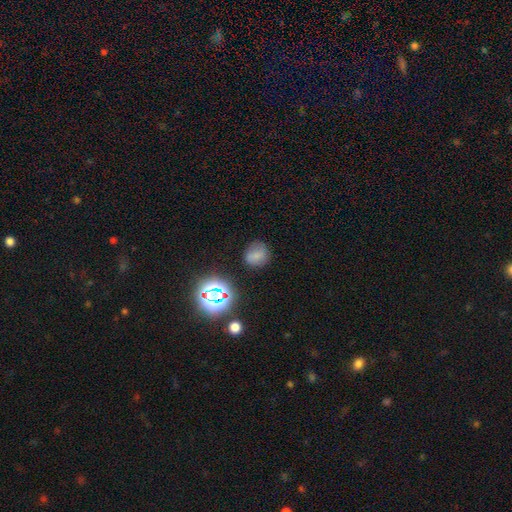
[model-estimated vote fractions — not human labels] smooth_or_featured: smooth (p=0.68) [alt: star or artifact p=0.19]
how_rounded: round (p=0.79) [alt: in between p=0.20]
merging: none (p=0.79) [alt: minor disturbance p=0.14]